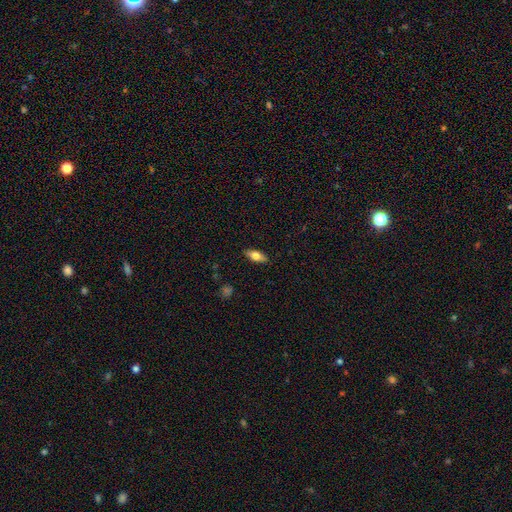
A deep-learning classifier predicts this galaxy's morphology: smooth_or_featured: smooth (p=0.66) [alt: featured or disk p=0.28]
how_rounded: in between (p=0.75) [alt: cigar-shaped p=0.22]
merging: none (p=0.88) [alt: minor disturbance p=0.09]